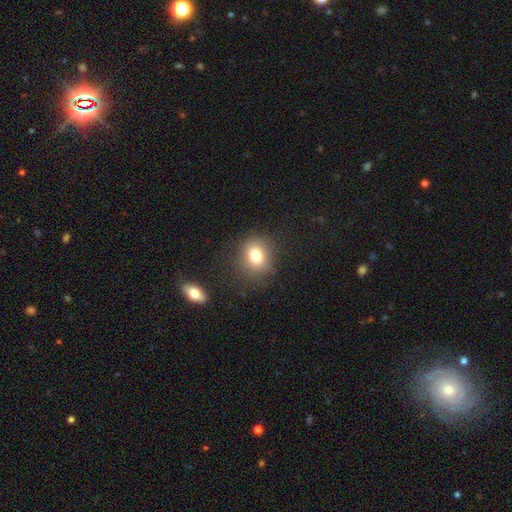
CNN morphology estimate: A smooth galaxy with no disk features (80%) that is round (66%).

Vote fractions:
- Smooth or featured? smooth: 80% / star or artifact: 11% / featured or disk: 9%
- How rounded? round: 66% / in between: 33% / cigar-shaped: 1%
- Merging? none: 81% / minor disturbance: 12% / major disturbance: 5% / merger: 2%